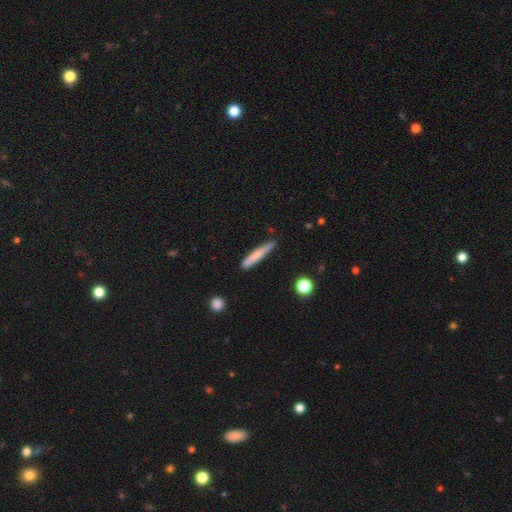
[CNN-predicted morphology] type=smooth (75%); roundness=cigar-shaped (94%); merging=none (83%).